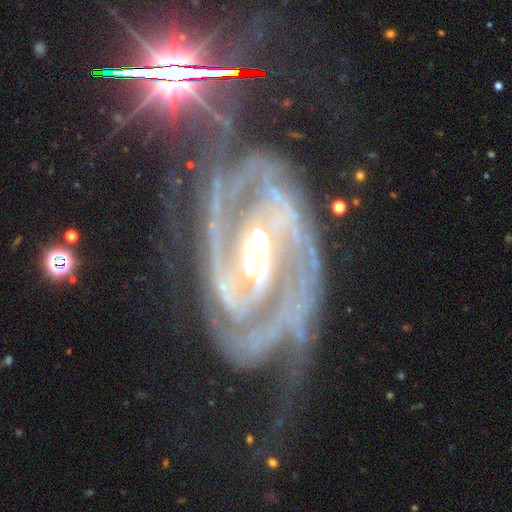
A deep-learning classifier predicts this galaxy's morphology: Smooth or featured? Predicted: featured or disk (p=0.93). Edge-on disk? Predicted: no (p=0.97). Bar? Predicted: strong (p=0.47). Spiral arms? Predicted: yes (p=0.98). Spiral winding? Predicted: tight (p=0.45). Spiral arm count? Predicted: 2 (p=0.60). Bulge size? Predicted: moderate (p=0.53). Merging? Predicted: none (p=0.50).